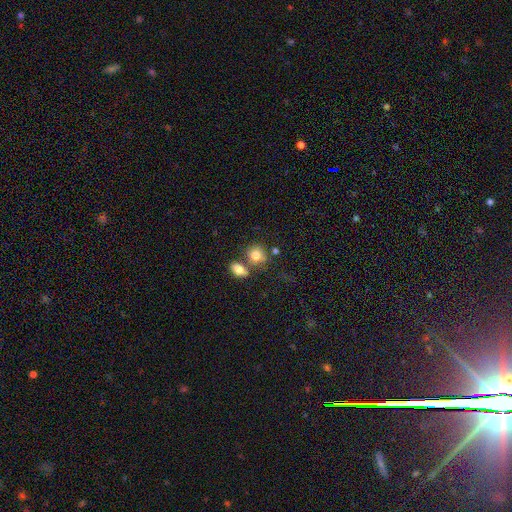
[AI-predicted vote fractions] A smooth galaxy with no disk features (80%) that is round (63%). Merging: none (53%).